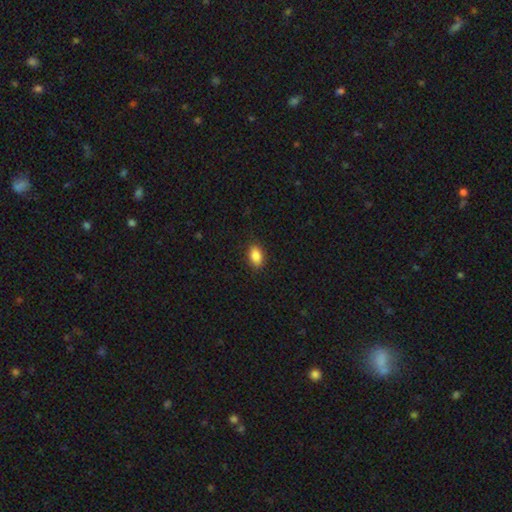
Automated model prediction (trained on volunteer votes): This is clearly a smooth galaxy (87%). How rounded: clearly in between (87%). Merging: clearly none (87%).